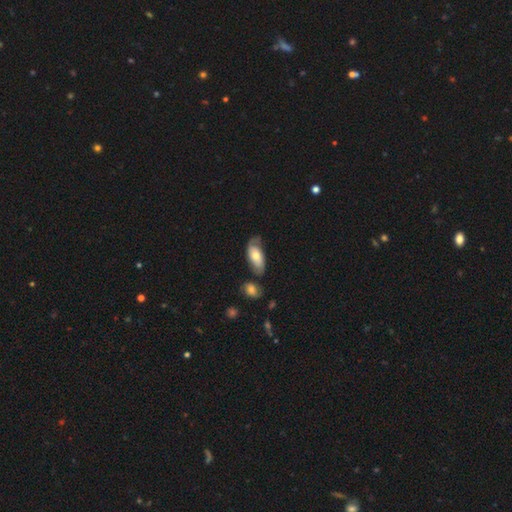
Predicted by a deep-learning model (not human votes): smooth 57%, featured or disk 37%, star or artifact 6%. Down the decision tree: how rounded — in between (89%); merging — none (50%).